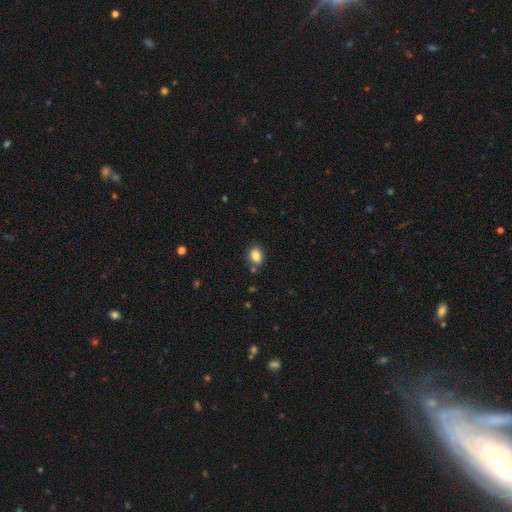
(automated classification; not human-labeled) This is clearly a smooth galaxy (85%). How rounded: likely in between (64%). Merging: likely none (78%).